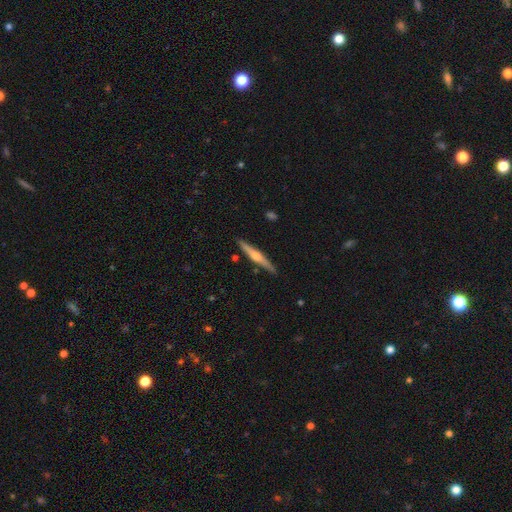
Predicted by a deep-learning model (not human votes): The model was most divided on "smooth or featured": featured or disk: 67%, smooth: 28%, star or artifact: 5%. More confident: edge-on disk — yes (97%); edge-on bulge — rounded (90%); merging — none (89%).